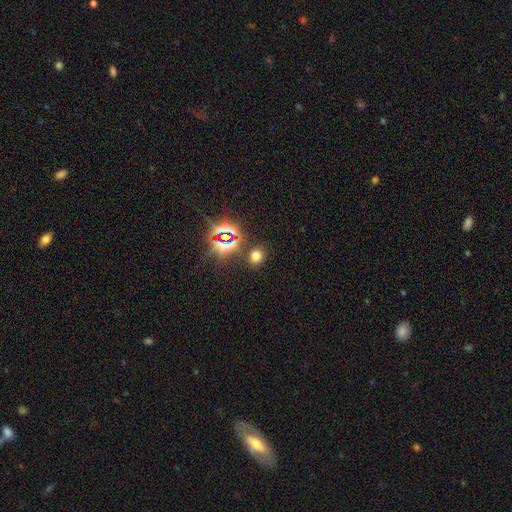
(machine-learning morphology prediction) This is likely a smooth galaxy (62%). How rounded: likely round (67%). Merging: clearly none (84%).